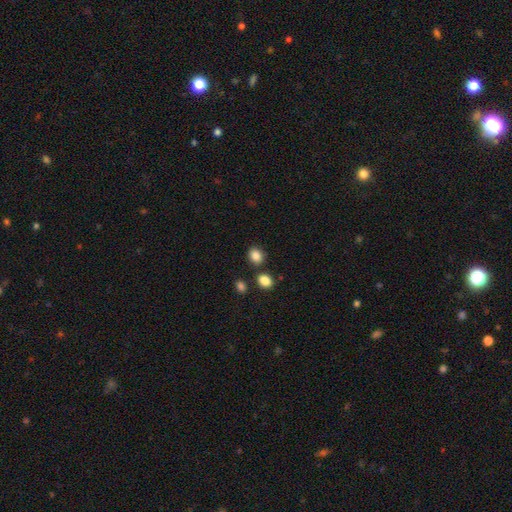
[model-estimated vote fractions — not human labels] smooth-or-featured: smooth: 86% | star or artifact: 10% | featured or disk: 4%
  how-rounded: round: 60% | in between: 39% | cigar-shaped: 1%
  merging: none: 80% | minor disturbance: 9% | merger: 8% | major disturbance: 3%